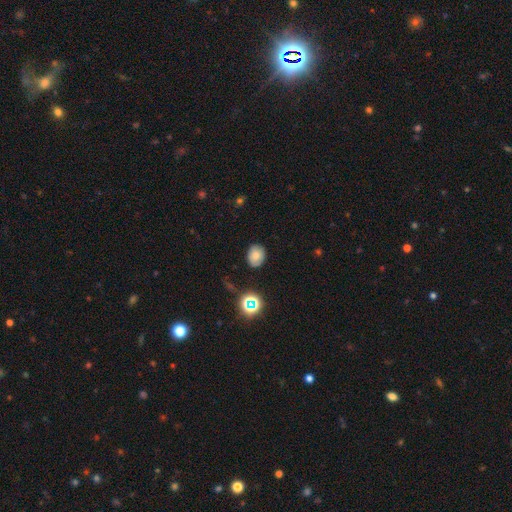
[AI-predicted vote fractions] Smooth or featured? smooth (75%)
How rounded? round (52%)
Merging? none (82%)